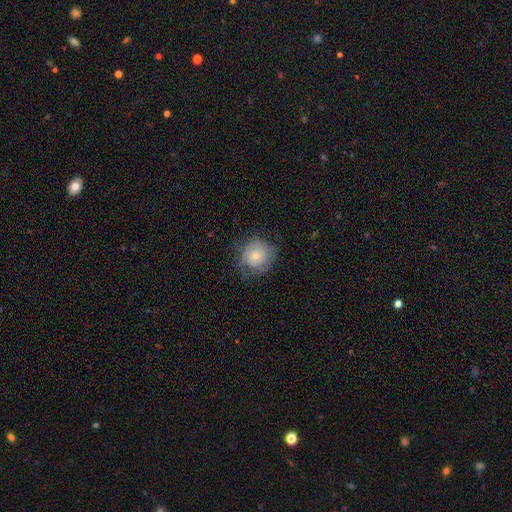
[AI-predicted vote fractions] Smooth or featured? smooth (59%)
How rounded? round (88%)
Merging? none (61%)